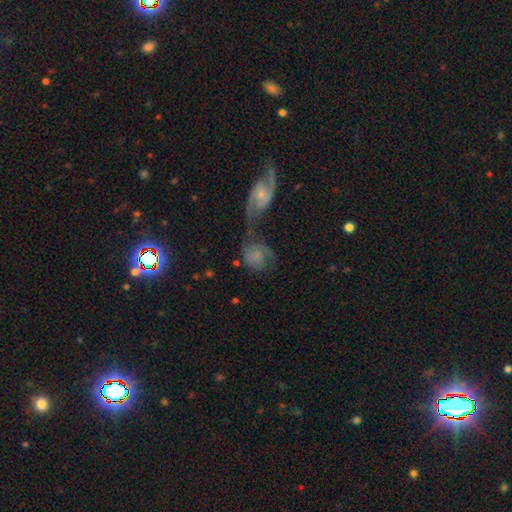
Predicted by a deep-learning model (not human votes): A smooth galaxy with no disk features (45%, tied with featured or disk).

Vote fractions:
- Smooth or featured? smooth: 45% (tied) / featured or disk: 45% (tied) / star or artifact: 9%
- Merging? merger: 53% / none: 21% / major disturbance: 14% / minor disturbance: 12%